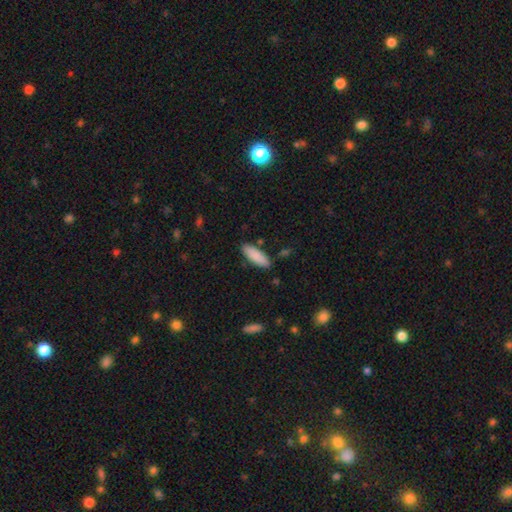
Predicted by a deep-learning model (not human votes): Morphology: type=smooth (88%); roundness=in between (62%); merging=none (85%).